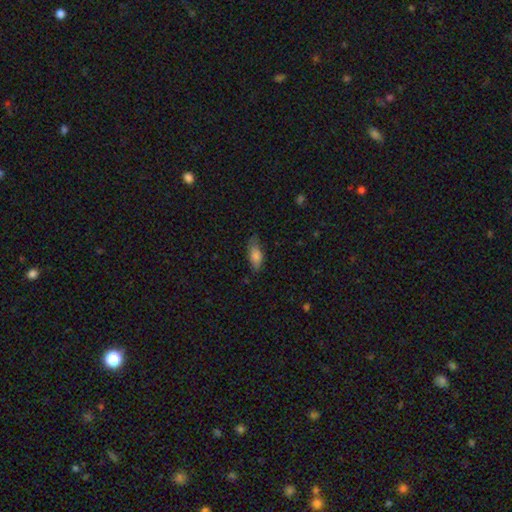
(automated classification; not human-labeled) Overall: smooth (80%). How rounded: in between (78%). Merging: none (67%).